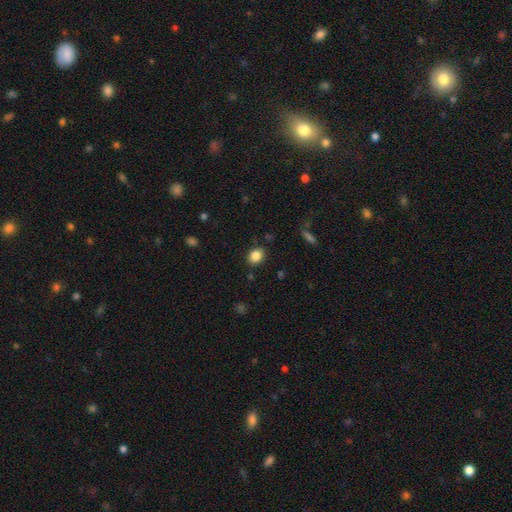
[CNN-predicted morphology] This is clearly a smooth galaxy (85%). How rounded: possibly round (53%). Merging: clearly none (86%).